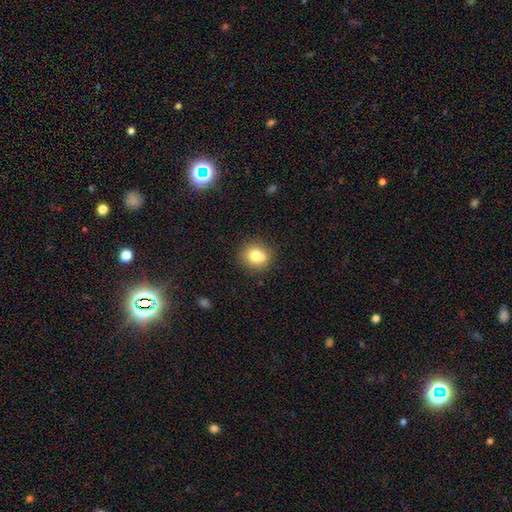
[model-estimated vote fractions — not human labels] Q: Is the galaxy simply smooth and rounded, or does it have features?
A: smooth — 75%.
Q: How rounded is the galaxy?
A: round — 81%.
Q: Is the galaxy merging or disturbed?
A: none — 69%.